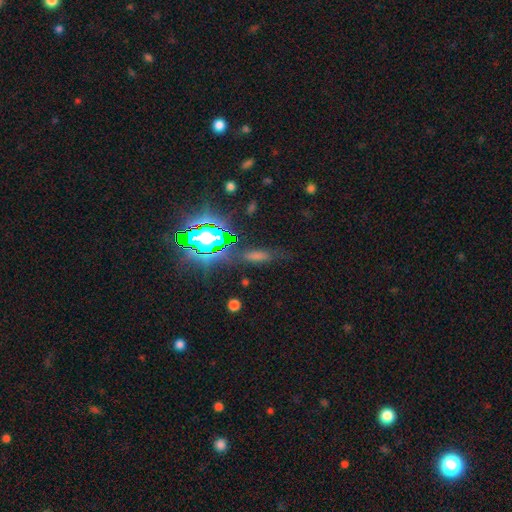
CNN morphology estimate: star or artifact 41%, smooth 39%, featured or disk 19%.